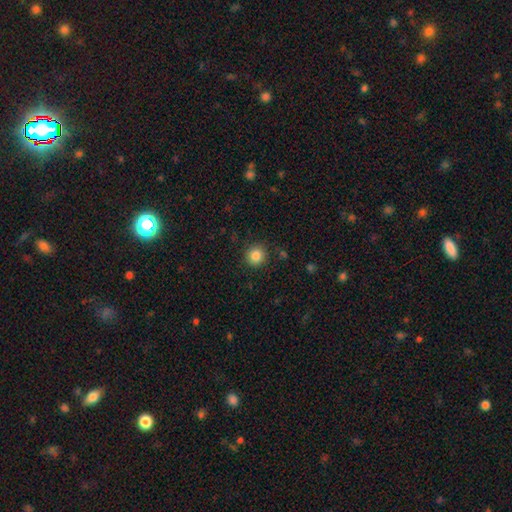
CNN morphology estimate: The model was most divided on "smooth or featured": smooth: 85%, star or artifact: 10%, featured or disk: 5%. More confident: how rounded — round (90%); merging — none (89%).